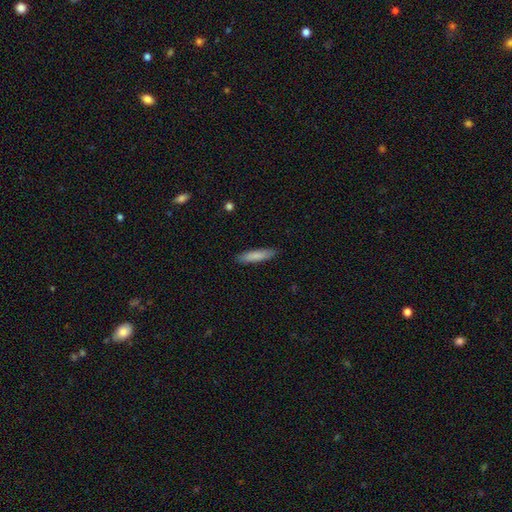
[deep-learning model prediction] Smooth or featured: smooth — 84% (featured or disk — 11%)
How rounded: cigar-shaped — 80% (in between — 19%)
Merging: none — 88% (minor disturbance — 9%)